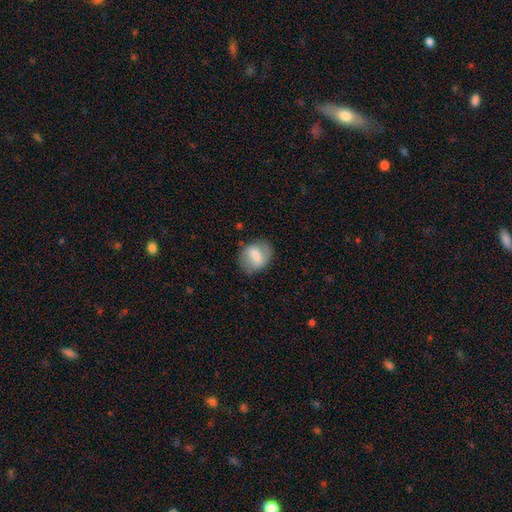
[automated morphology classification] Smooth or featured? smooth (61%)
How rounded? round (51%)
Merging? none (73%)